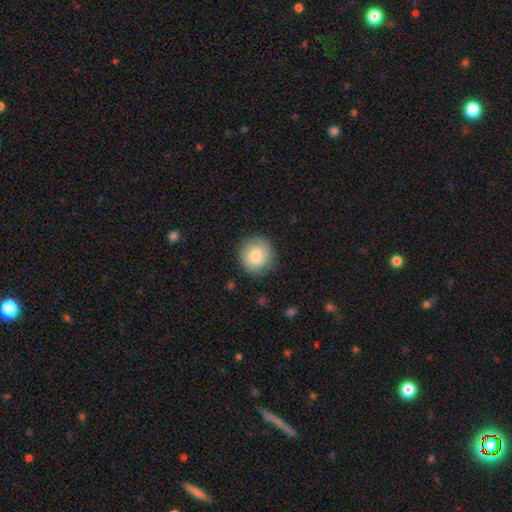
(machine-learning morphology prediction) Smooth or featured? Predicted: smooth (p=0.75). How rounded? Predicted: round (p=0.91). Merging? Predicted: none (p=0.85).